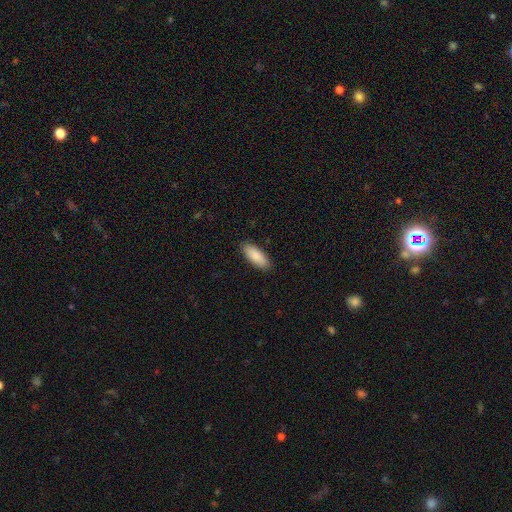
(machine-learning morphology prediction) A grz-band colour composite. It shows a smooth galaxy with no disk features (89%) that is in between round and cigar-shaped (76%). Merging: none (89%).